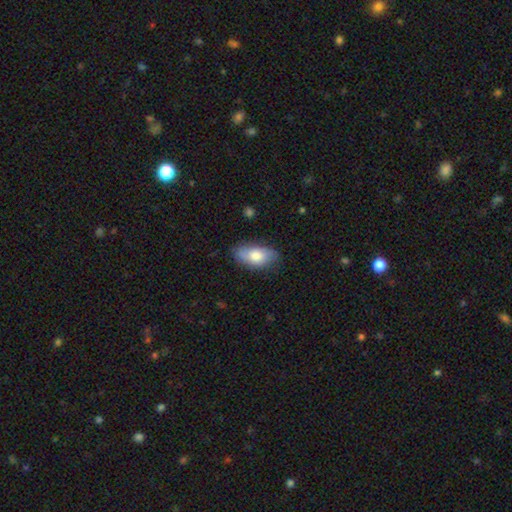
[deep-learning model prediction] Smooth or featured? smooth (75%)
How rounded? in between (92%)
Merging? none (73%)